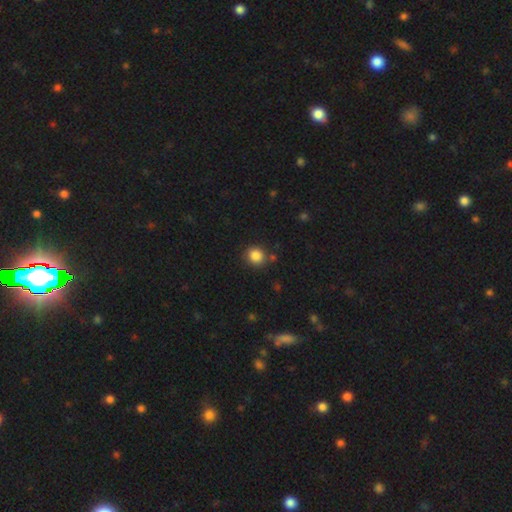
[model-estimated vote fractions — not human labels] This is clearly a smooth galaxy (85%). How rounded: clearly round (84%). Merging: clearly none (82%).